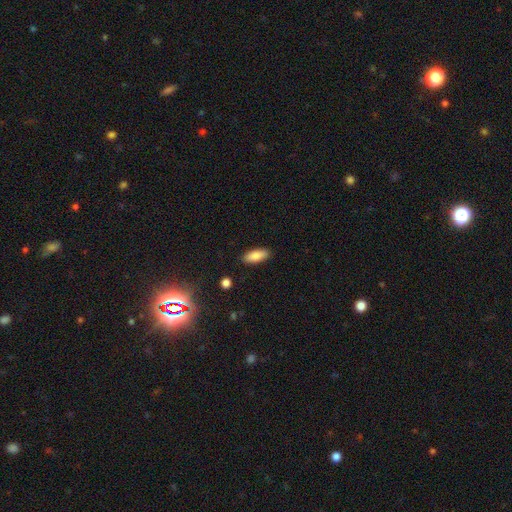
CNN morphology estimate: This appears to be a smooth galaxy with no disk features (85%) that is in between round and cigar-shaped (79%). Merging: none (88%).